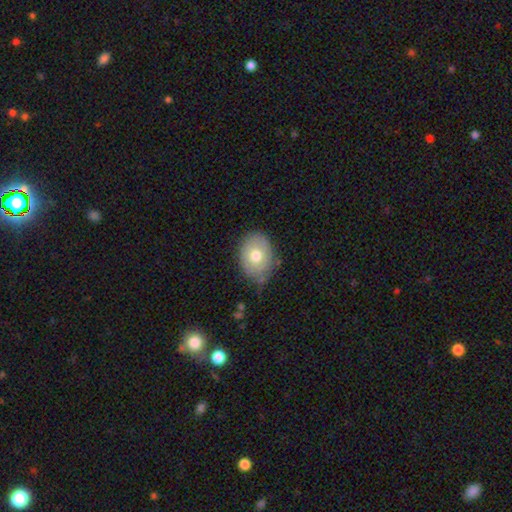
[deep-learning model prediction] Overall: smooth (72%). How rounded: in between (66%; round 33%). Merging: none (74%).